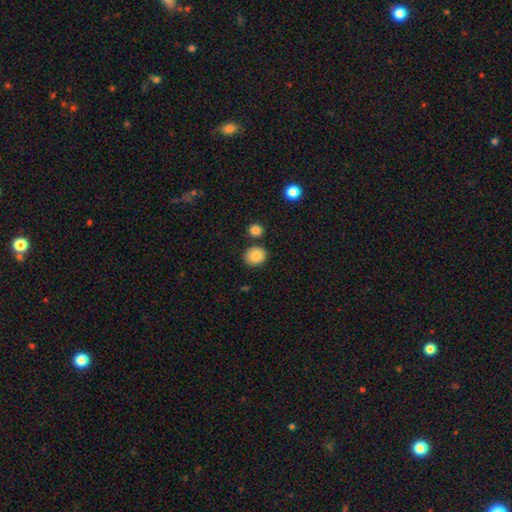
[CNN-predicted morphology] The model was most divided on "how rounded": round: 66%, in between: 33%, cigar-shaped: 1%. More confident: smooth or featured — smooth (85%); merging — none (81%).